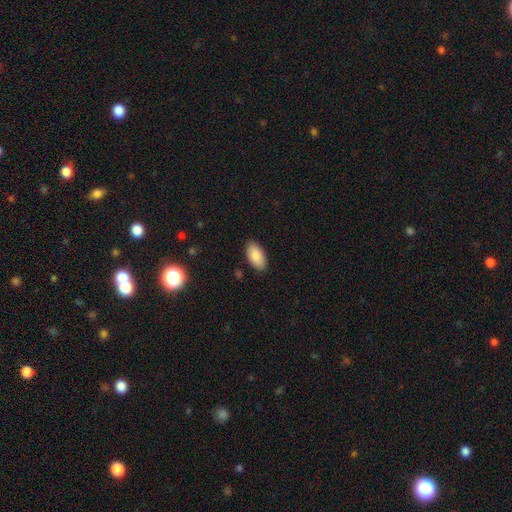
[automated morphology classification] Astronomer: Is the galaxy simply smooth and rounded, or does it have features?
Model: smooth — 88%.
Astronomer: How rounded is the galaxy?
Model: in between — 95%.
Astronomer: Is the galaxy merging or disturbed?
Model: none — 88%.